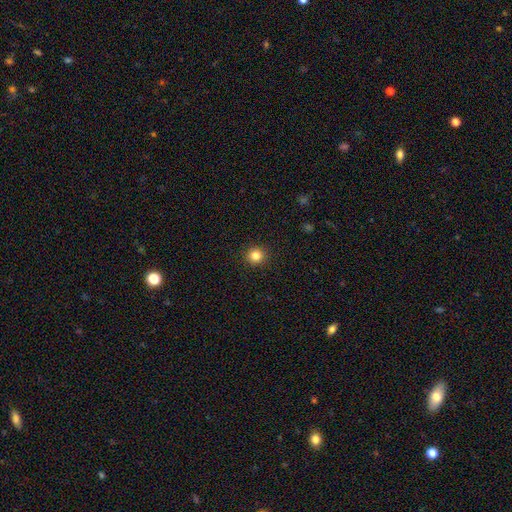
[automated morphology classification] The model was most divided on "smooth or featured": smooth: 83%, star or artifact: 12%, featured or disk: 5%. More confident: how rounded — round (93%); merging — none (93%).